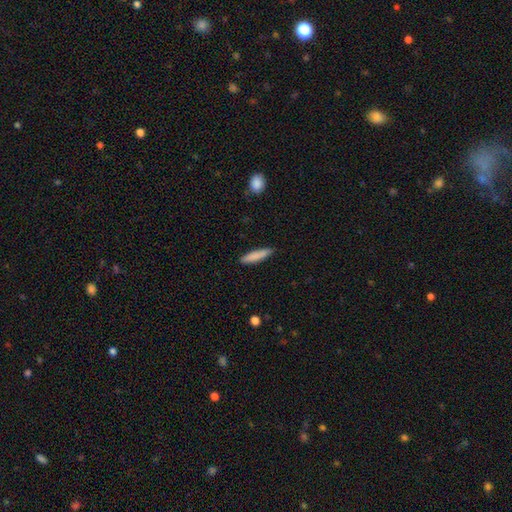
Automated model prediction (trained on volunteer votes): Overall: smooth (84%). How rounded: cigar-shaped (84%). Merging: none (87%).